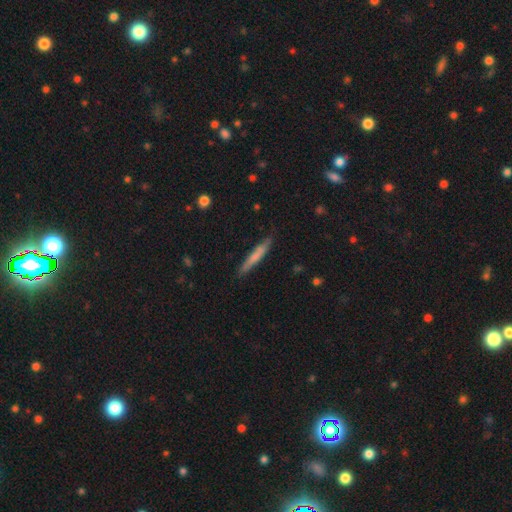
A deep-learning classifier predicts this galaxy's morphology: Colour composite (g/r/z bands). It shows a smooth galaxy with no disk features (63%) that is cigar-shaped (94%). Merging: none (83%).